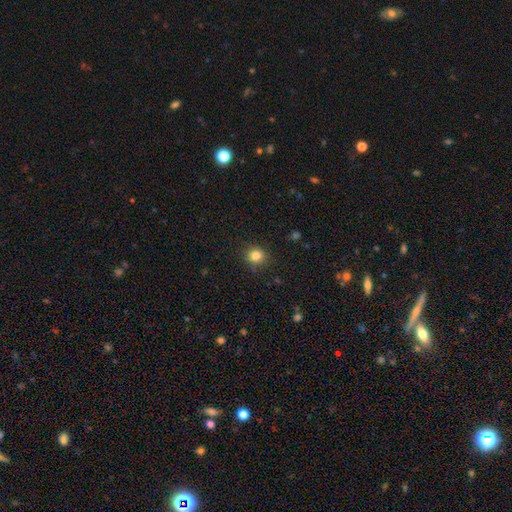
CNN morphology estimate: Q: Smooth or featured?
A: smooth (83%); runner-up: star or artifact (12%)
Q: How rounded?
A: round (84%); runner-up: in between (15%)
Q: Merging?
A: none (88%); runner-up: minor disturbance (8%)